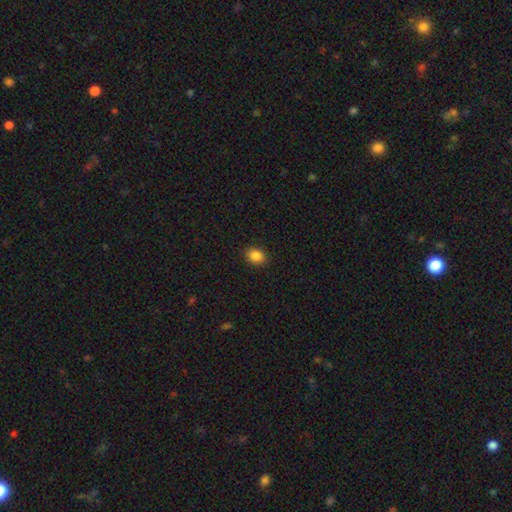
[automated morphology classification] smooth 87%, star or artifact 9%, featured or disk 4%. Down the decision tree: how rounded — in between (61%); merging — none (90%).